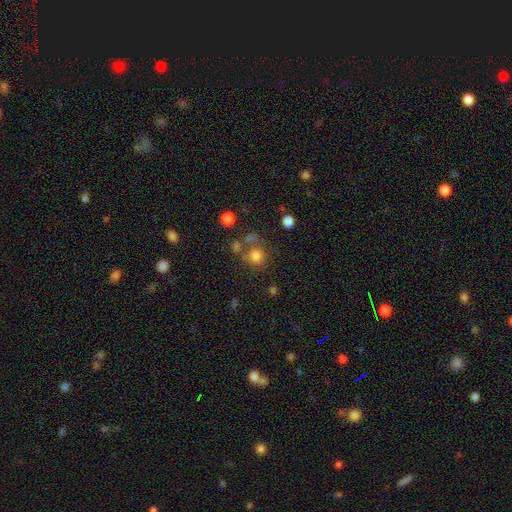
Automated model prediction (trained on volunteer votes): Smooth or featured? Predicted: smooth (p=0.76). How rounded? Predicted: round (p=0.88). Merging? Predicted: none (p=0.62).